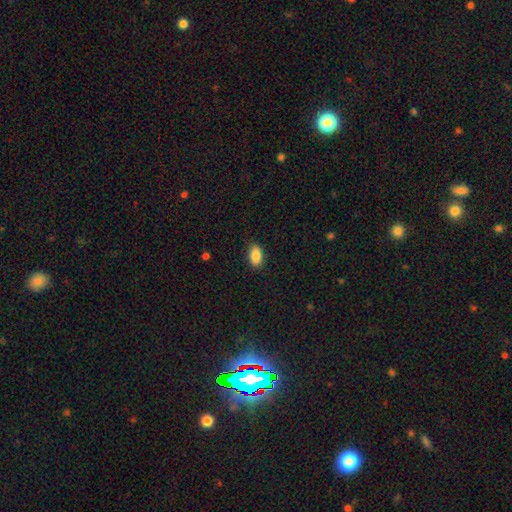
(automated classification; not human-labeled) Q: Smooth or featured?
A: smooth (87%); runner-up: star or artifact (7%)
Q: How rounded?
A: in between (92%); runner-up: round (6%)
Q: Merging?
A: none (88%); runner-up: minor disturbance (9%)